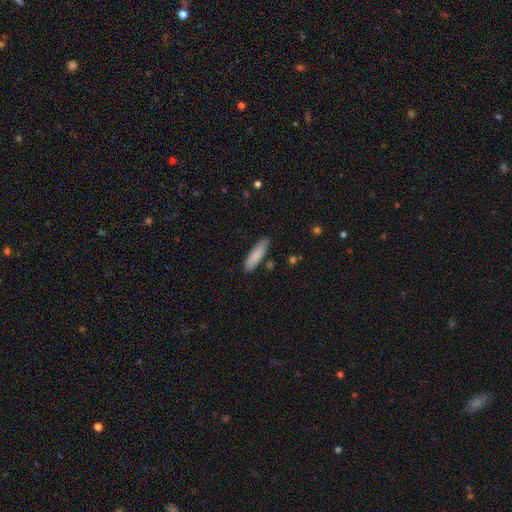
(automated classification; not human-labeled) The model was most divided on "how rounded": cigar-shaped: 66%, in between: 32%, round: 1%. More confident: smooth or featured — smooth (85%); merging — none (83%).